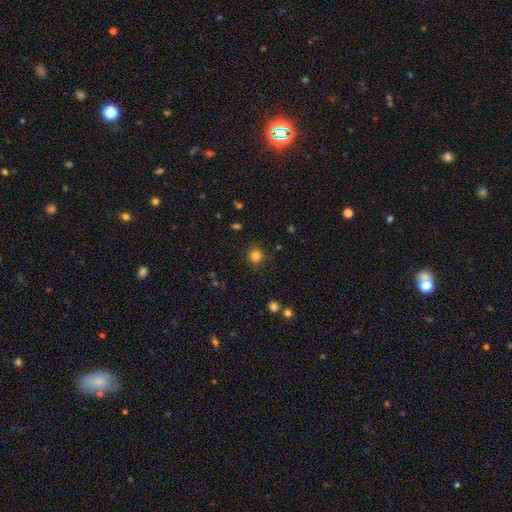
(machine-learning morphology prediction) Overall: smooth (81%). How rounded: round (87%). Merging: none (83%).